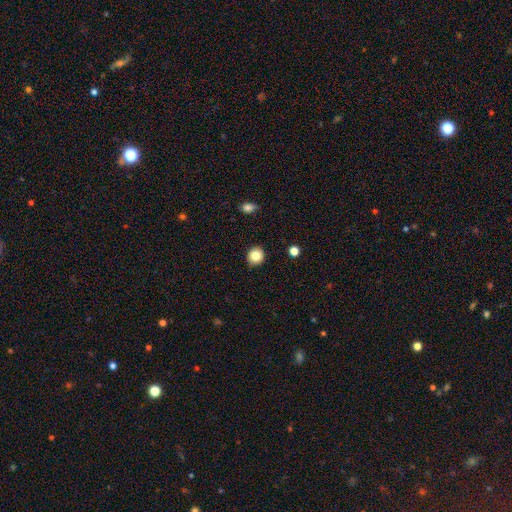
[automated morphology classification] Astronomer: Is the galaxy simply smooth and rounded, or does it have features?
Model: smooth — 83%.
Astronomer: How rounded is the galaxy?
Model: round — 90%.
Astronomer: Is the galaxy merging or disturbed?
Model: none — 91%.